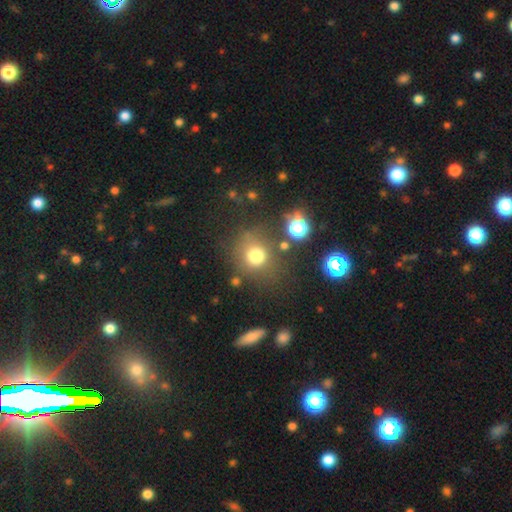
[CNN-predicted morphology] Smooth or featured: smooth — 72% (star or artifact — 19%)
How rounded: round — 85% (in between — 14%)
Merging: none — 69% (minor disturbance — 14%)